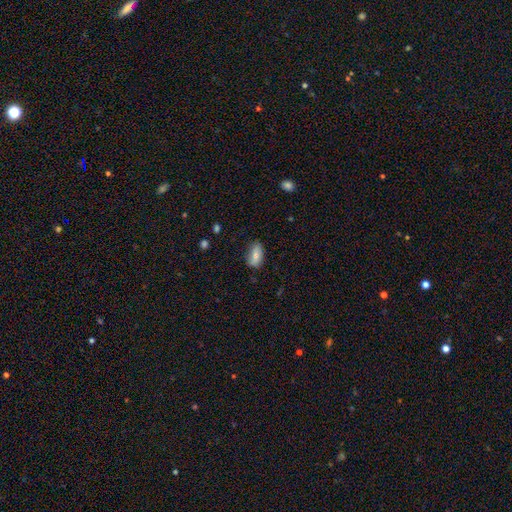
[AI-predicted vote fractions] The model was most divided on "smooth or featured": smooth: 71%, featured or disk: 21%, star or artifact: 8%. More confident: how rounded — in between (89%); merging — none (73%).